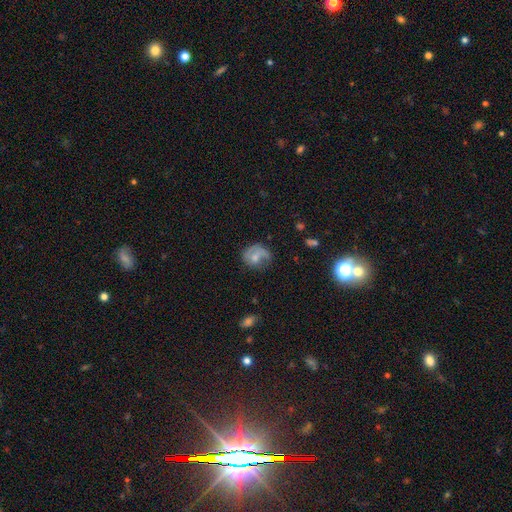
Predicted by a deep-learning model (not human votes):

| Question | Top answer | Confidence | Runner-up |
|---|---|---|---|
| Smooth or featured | smooth | 50% | featured or disk (41%) |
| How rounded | round | 59% | in between (39%) |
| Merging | none | 41% | minor disturbance (29%) |